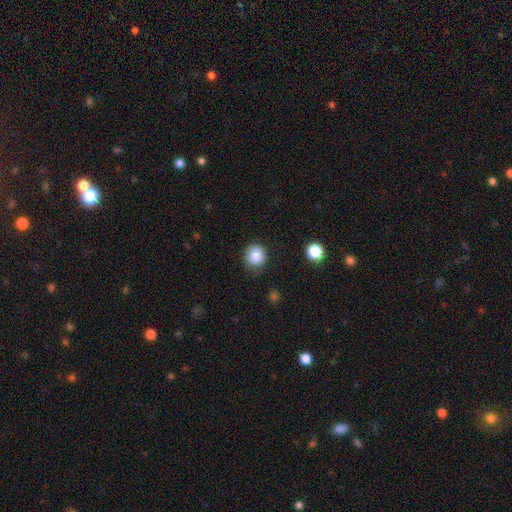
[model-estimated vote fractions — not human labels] This appears to be a smooth galaxy with no disk features (87%) that is round (87%). Merging: none (82%).